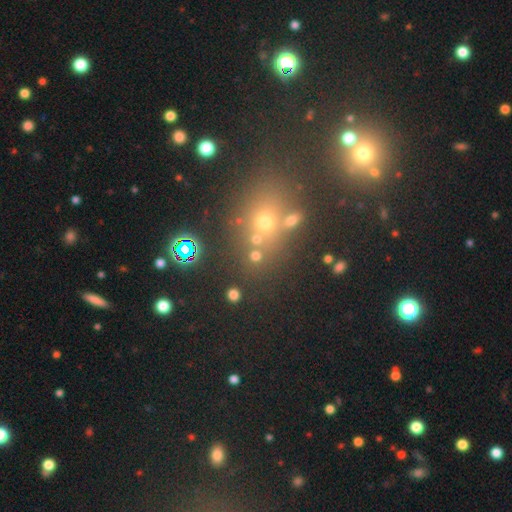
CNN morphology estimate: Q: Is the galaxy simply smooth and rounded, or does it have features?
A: smooth — 62%.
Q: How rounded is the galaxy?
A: round — 81%.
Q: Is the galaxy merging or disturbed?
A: none — 67%.